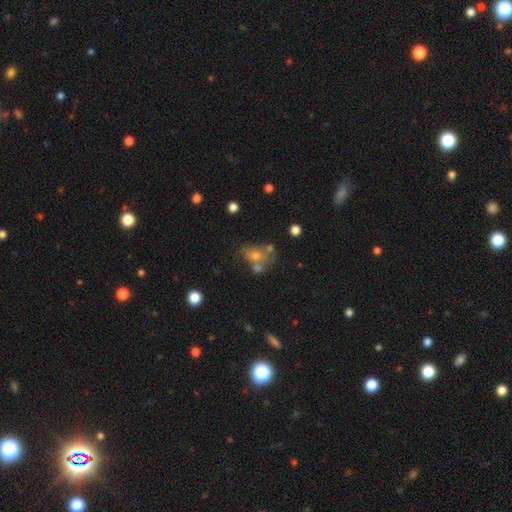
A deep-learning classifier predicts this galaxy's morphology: smooth_or_featured: smooth (p=0.54) [alt: featured or disk p=0.27]
how_rounded: in between (p=0.60) [alt: round p=0.37]
merging: merger (p=0.37) [alt: none p=0.35]